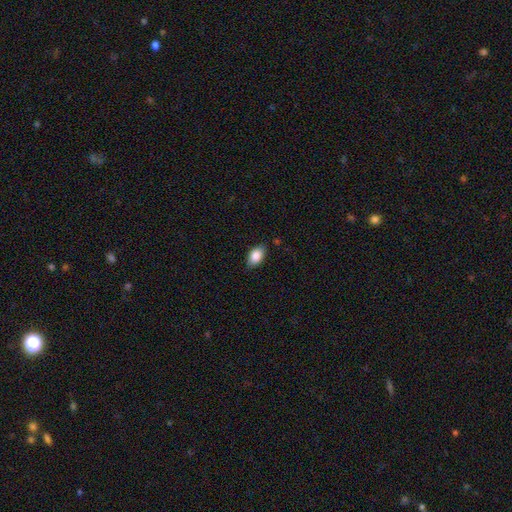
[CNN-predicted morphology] smooth-or-featured: smooth: 87% | star or artifact: 7% | featured or disk: 6%
  how-rounded: in between: 91% | round: 8% | cigar-shaped: 2%
  merging: none: 83% | minor disturbance: 13% | major disturbance: 3% | merger: 1%